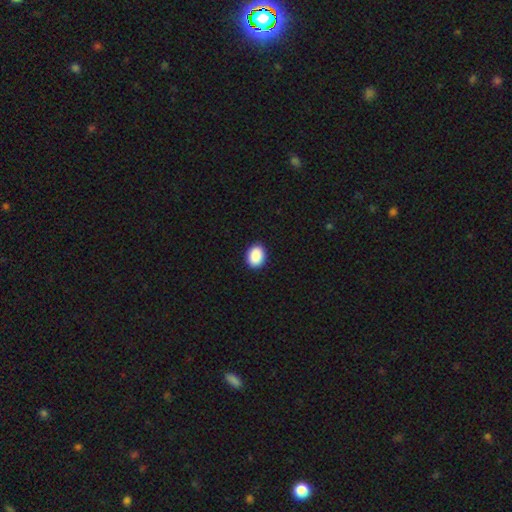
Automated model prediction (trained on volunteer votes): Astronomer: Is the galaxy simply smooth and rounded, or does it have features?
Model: smooth — 90%.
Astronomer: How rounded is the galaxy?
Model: in between — 66%.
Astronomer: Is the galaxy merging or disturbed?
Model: none — 91%.